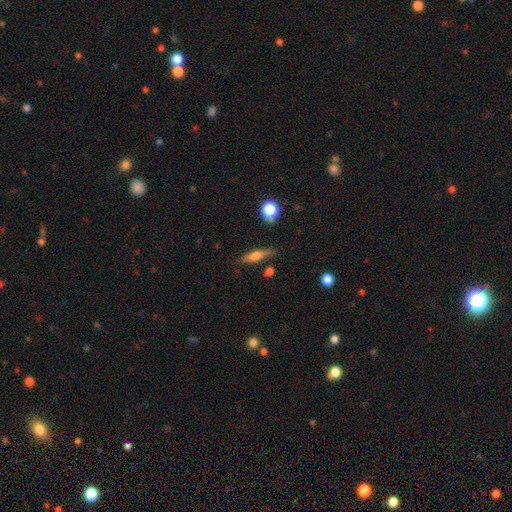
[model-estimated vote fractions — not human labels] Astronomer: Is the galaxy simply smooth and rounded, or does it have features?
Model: smooth — 48% (runner-up: featured or disk, 44%).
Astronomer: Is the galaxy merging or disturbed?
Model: none — 80%.